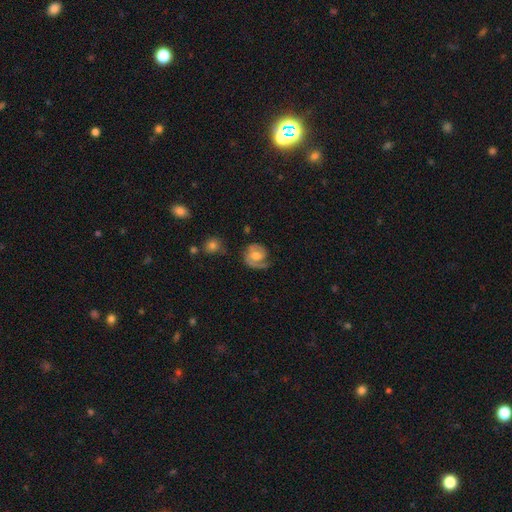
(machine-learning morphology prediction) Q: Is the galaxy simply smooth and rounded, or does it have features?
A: featured or disk — 68%.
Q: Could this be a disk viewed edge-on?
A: no — 97%.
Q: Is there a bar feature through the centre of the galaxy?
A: no — 54%.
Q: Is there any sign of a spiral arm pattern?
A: yes — 88%.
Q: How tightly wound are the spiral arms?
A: tight — 48%.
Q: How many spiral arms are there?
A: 1 — 48%.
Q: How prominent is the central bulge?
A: moderate — 63%.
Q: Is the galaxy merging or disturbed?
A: none — 59%.